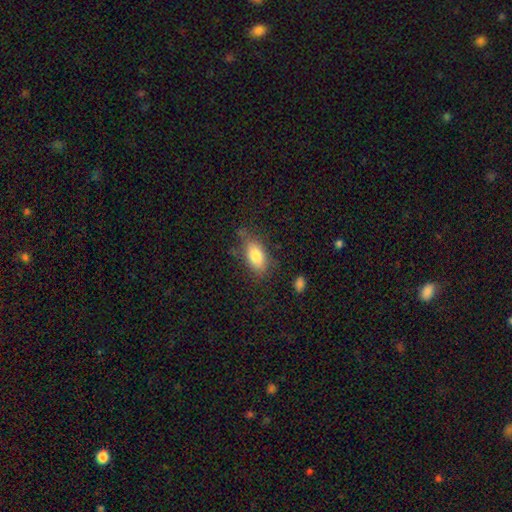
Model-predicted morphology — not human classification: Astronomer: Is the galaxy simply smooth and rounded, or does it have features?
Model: smooth — 80%.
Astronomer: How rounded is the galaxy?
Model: in between — 89%.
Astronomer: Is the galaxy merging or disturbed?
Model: none — 68%.